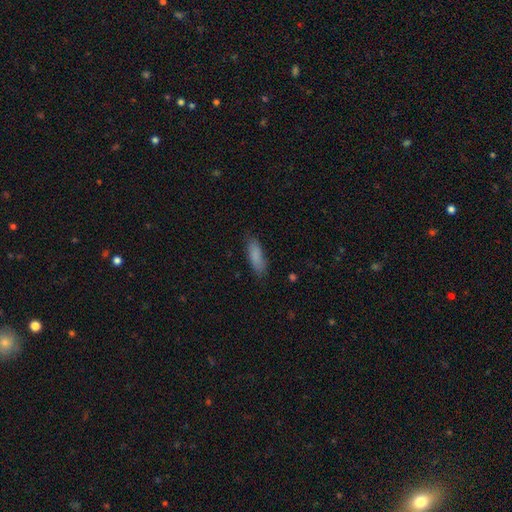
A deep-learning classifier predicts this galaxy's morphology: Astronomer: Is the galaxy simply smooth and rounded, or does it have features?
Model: smooth — 86%.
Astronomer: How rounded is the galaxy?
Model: in between — 56% (runner-up: cigar-shaped, 43%).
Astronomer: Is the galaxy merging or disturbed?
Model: none — 80%.